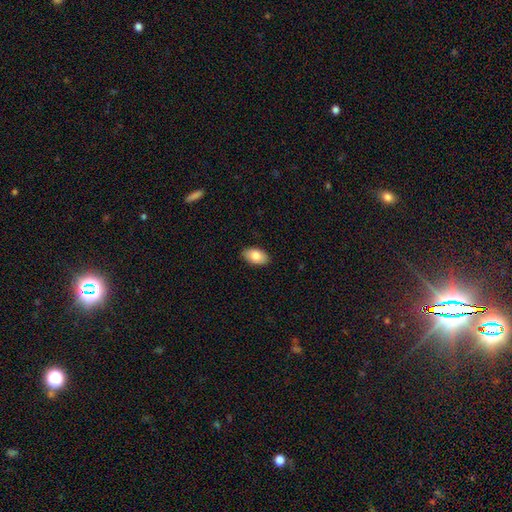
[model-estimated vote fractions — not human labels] The model was most divided on "smooth or featured": smooth: 83%, featured or disk: 11%, star or artifact: 7%. More confident: how rounded — in between (93%); merging — none (87%).